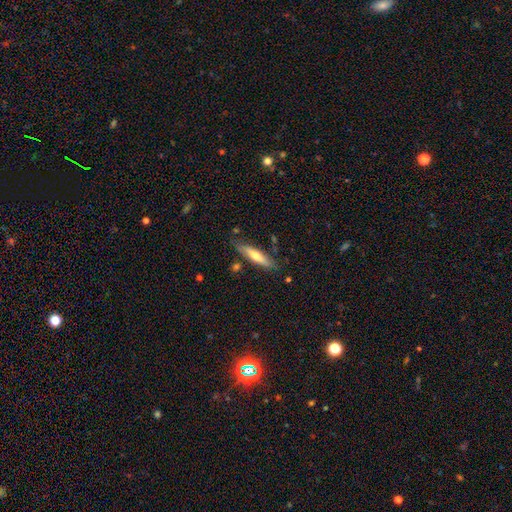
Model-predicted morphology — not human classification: A smooth galaxy with no disk features (51%) that is cigar-shaped (82%). Merging: none (80%).